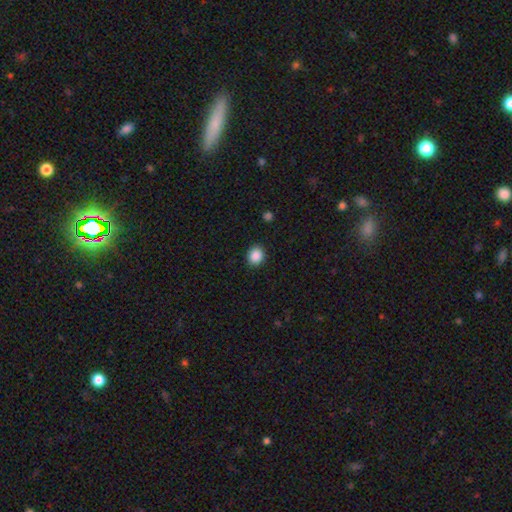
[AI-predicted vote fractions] smooth-or-featured: smooth: 88% | star or artifact: 9% | featured or disk: 3%
  how-rounded: round: 69% | in between: 30% | cigar-shaped: 1%
  merging: none: 90% | minor disturbance: 7% | major disturbance: 2% | merger: 1%